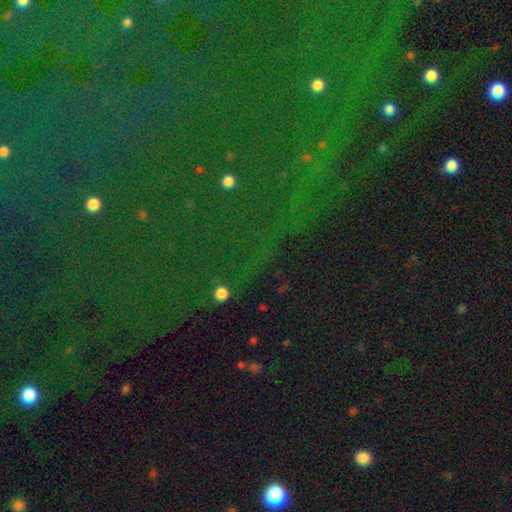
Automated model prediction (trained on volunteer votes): Smooth or featured? Predicted: star or artifact (p=0.83).